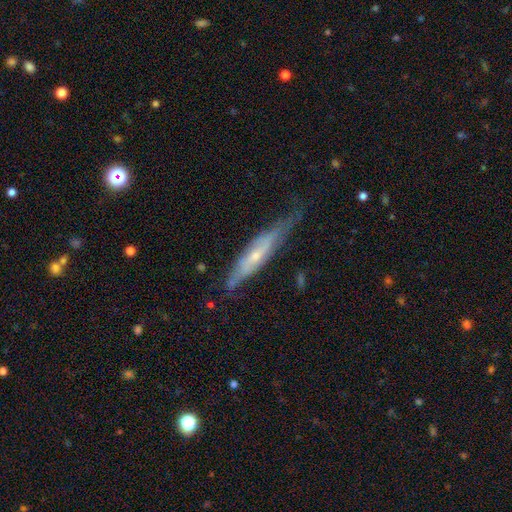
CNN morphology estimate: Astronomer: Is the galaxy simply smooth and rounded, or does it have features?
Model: featured or disk — 65%.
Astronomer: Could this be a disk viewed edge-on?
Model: yes — 68%.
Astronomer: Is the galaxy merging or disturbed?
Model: none — 59%.